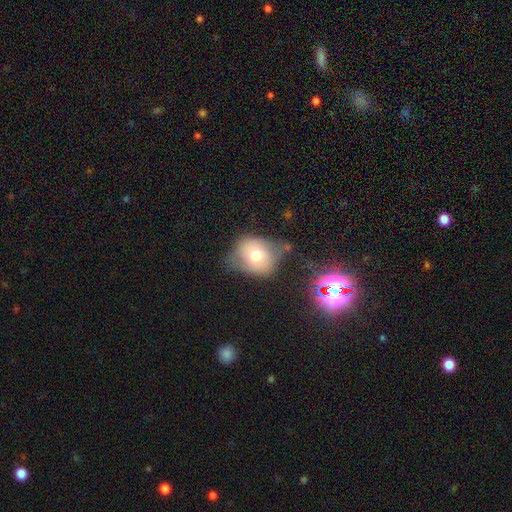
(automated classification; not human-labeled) Smooth or featured?
  - smooth: 65% *
  - featured or disk: 24%
  - star or artifact: 11%
How rounded?
  - round: 56% *
  - in between: 43%
  - cigar-shaped: 1%
Merging?
  - none: 42% *
  - minor disturbance: 34%
  - major disturbance: 18%
  - merger: 6%